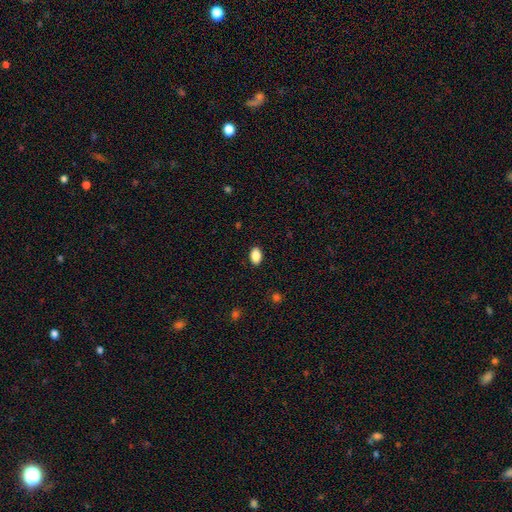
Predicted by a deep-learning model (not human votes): Morphology: type=smooth (88%); roundness=in between (89%); merging=none (89%).